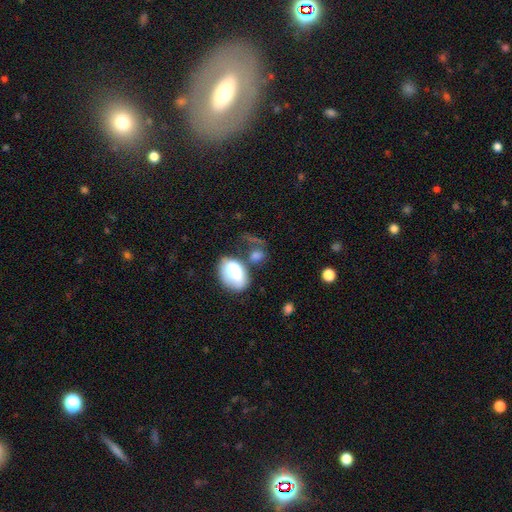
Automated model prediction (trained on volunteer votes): This is likely a smooth galaxy (70%). How rounded: likely in between (76%). Merging: marginally none (35%).